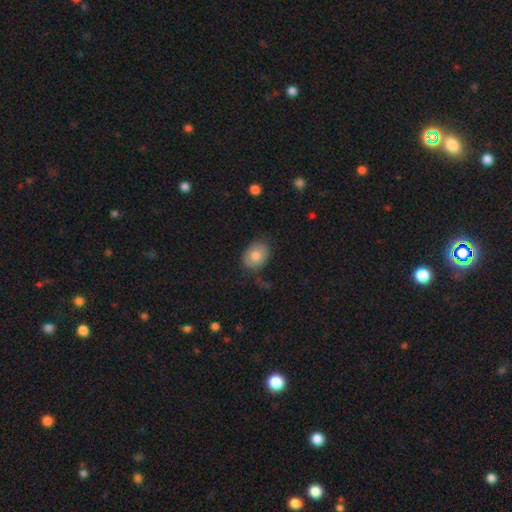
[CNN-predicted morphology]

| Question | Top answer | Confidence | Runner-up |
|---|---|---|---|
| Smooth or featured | smooth | 76% | featured or disk (16%) |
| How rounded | in between | 58% | round (41%) |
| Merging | none | 78% | minor disturbance (16%) |